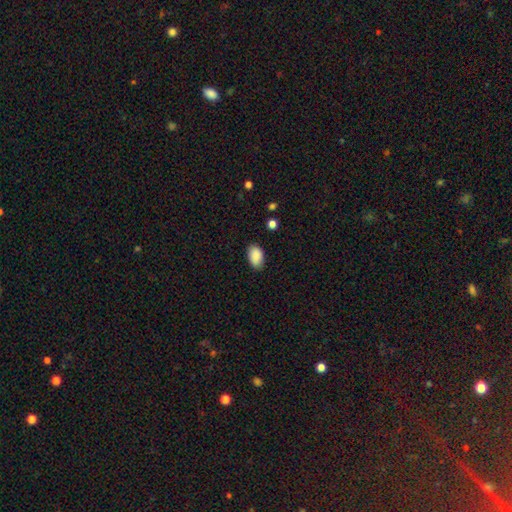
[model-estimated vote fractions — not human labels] Smooth or featured: smooth — 89% (star or artifact — 7%)
How rounded: in between — 91% (round — 8%)
Merging: none — 83% (minor disturbance — 13%)